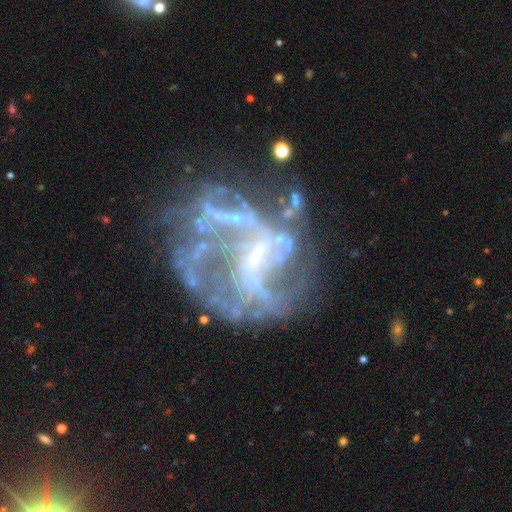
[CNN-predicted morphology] Smooth or featured? featured or disk (79%)
Edge-on disk? no (98%)
Bar? no (44%)
Spiral arms? yes (57%)
Bulge size? none (44%)
Merging? none (38%)